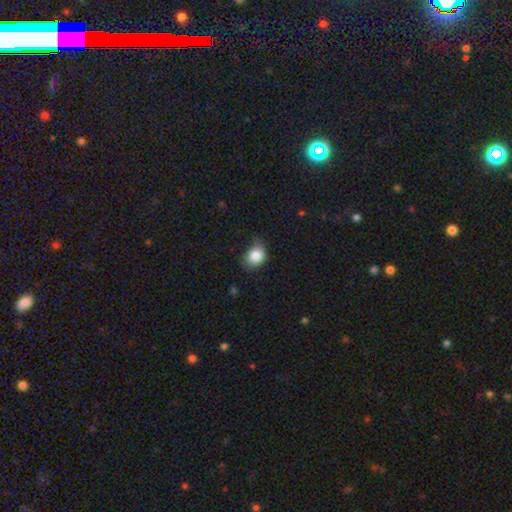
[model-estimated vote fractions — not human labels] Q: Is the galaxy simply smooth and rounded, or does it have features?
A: smooth — 83%.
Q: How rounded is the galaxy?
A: round — 53%.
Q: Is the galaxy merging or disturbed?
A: none — 55%.